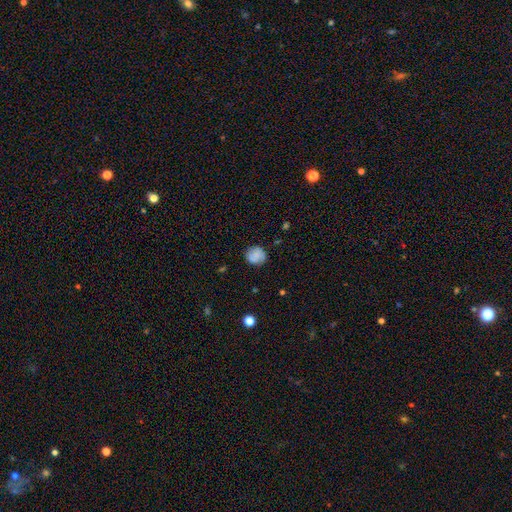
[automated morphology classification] Smooth or featured?
  - smooth: 70% *
  - featured or disk: 20%
  - star or artifact: 9%
How rounded?
  - round: 83% *
  - in between: 16%
  - cigar-shaped: 1%
Merging?
  - none: 80% *
  - minor disturbance: 15%
  - major disturbance: 4%
  - merger: 2%